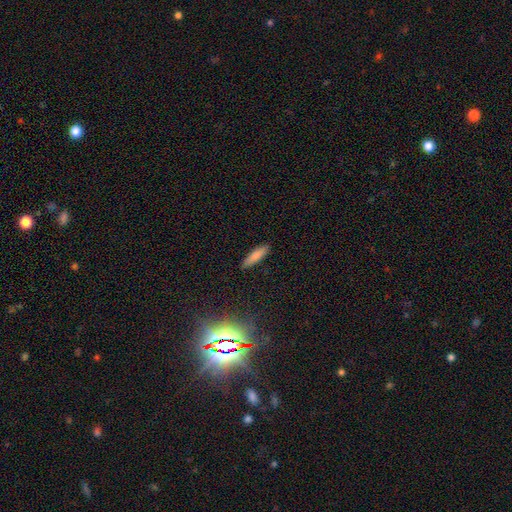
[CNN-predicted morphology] A smooth galaxy with no disk features (82%) that is cigar-shaped (73%). Merging: none (88%).